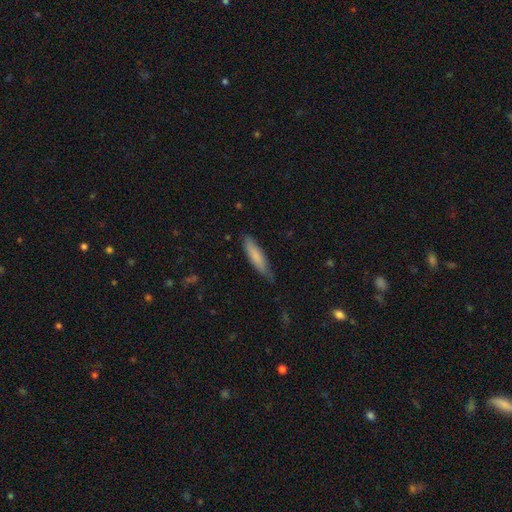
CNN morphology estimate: This is likely a smooth galaxy (79%). How rounded: likely cigar-shaped (75%). Merging: likely none (70%).